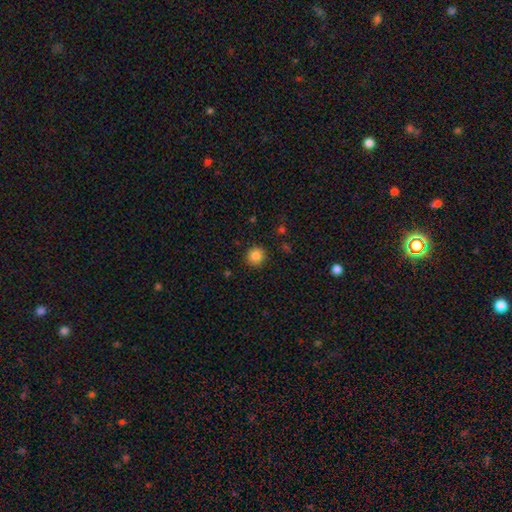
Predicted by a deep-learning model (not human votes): This appears to be a smooth galaxy with no disk features (85%) that is round (92%). Merging: none (90%).